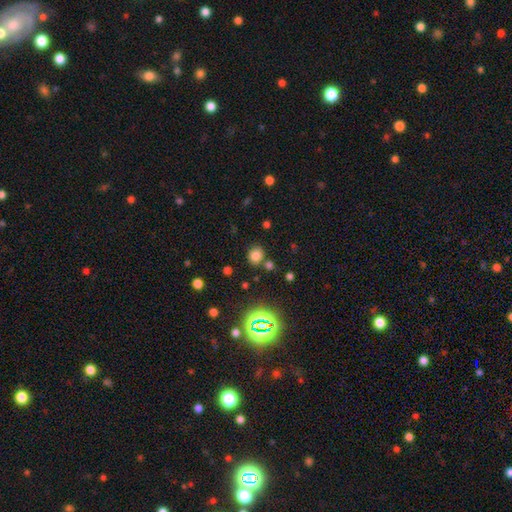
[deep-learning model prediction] A smooth galaxy with no disk features (72%) that is round (76%).

Vote fractions:
- Smooth or featured? smooth: 72% / star or artifact: 21% / featured or disk: 6%
- How rounded? round: 76% / in between: 23% / cigar-shaped: 1%
- Merging? none: 78% / minor disturbance: 10% / merger: 9% / major disturbance: 4%